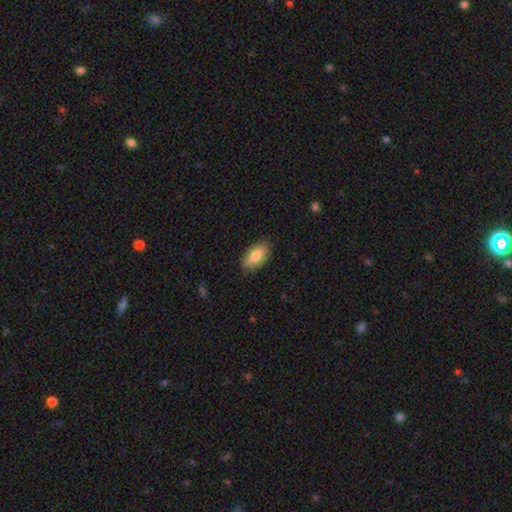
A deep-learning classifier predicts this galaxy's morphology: A smooth galaxy with no disk features (81%) that is in between round and cigar-shaped (91%).

Vote fractions:
- Smooth or featured? smooth: 81% / featured or disk: 12% / star or artifact: 6%
- How rounded? in between: 91% / cigar-shaped: 6% / round: 3%
- Merging? none: 85% / minor disturbance: 12% / major disturbance: 2% / merger: 1%